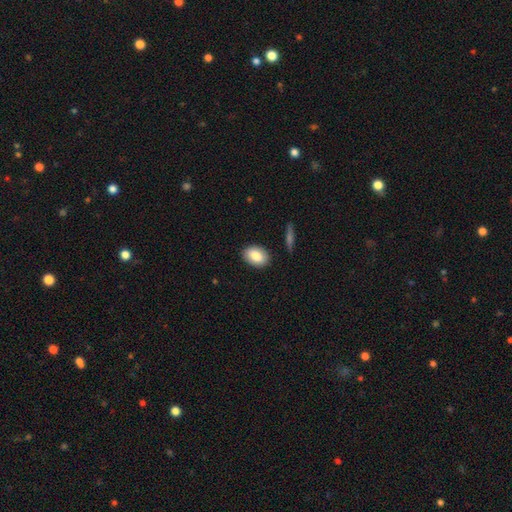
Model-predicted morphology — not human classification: smooth 84%, featured or disk 9%, star or artifact 7%. Down the decision tree: how rounded — in between (84%); merging — none (88%).